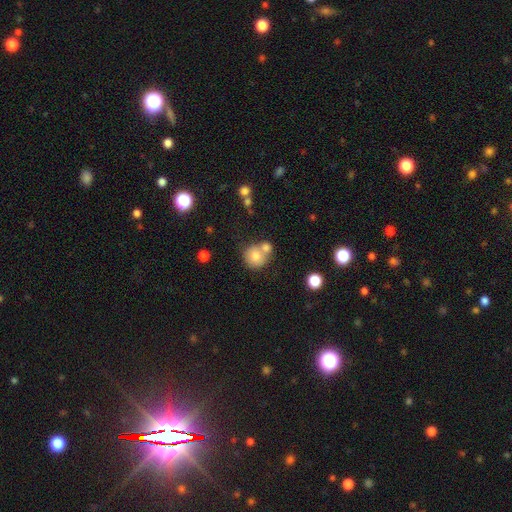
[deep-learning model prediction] Smooth or featured: smooth — 77% (featured or disk — 14%)
How rounded: round — 86% (in between — 13%)
Merging: none — 44% (merger — 43%)